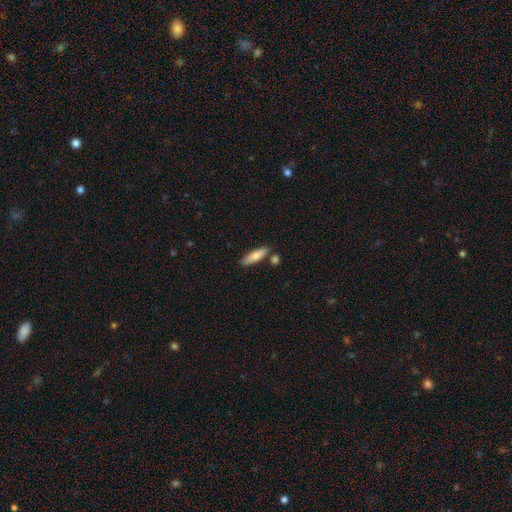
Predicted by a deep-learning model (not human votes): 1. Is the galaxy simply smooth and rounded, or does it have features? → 76% smooth, 19% featured or disk, 6% star or artifact.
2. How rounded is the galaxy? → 56% cigar-shaped, 42% in between, 2% round.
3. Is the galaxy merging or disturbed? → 77% none, 12% minor disturbance, 8% merger, 2% major disturbance.